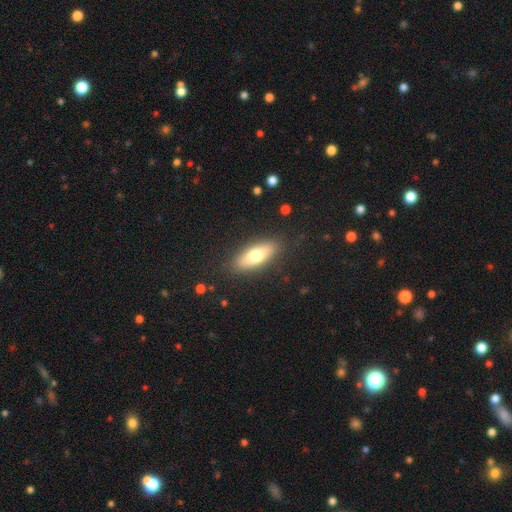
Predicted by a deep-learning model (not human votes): Smooth or featured: smooth — 67% (featured or disk — 27%)
How rounded: in between — 62% (cigar-shaped — 35%)
Merging: none — 87% (minor disturbance — 10%)